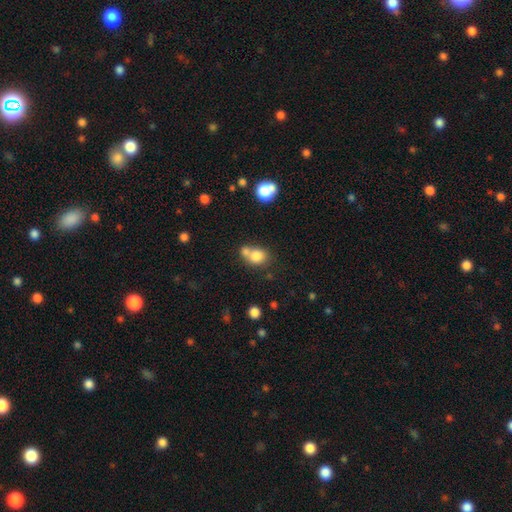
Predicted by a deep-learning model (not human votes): This is likely a smooth galaxy (79%). How rounded: likely round (60%). Merging: possibly merger (47%).